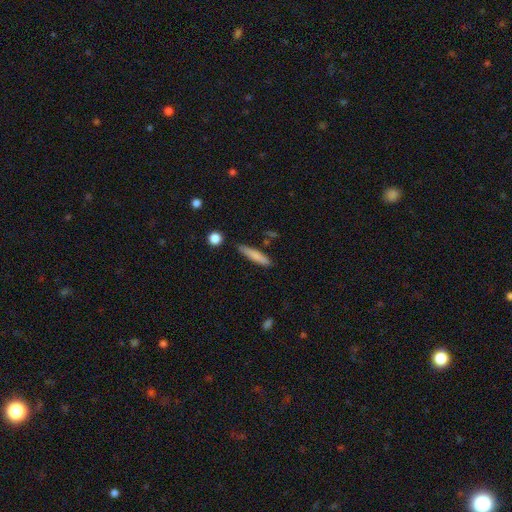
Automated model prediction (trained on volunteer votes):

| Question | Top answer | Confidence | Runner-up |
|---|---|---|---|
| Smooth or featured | smooth | 79% | featured or disk (15%) |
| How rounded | cigar-shaped | 87% | in between (12%) |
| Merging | none | 82% | minor disturbance (13%) |